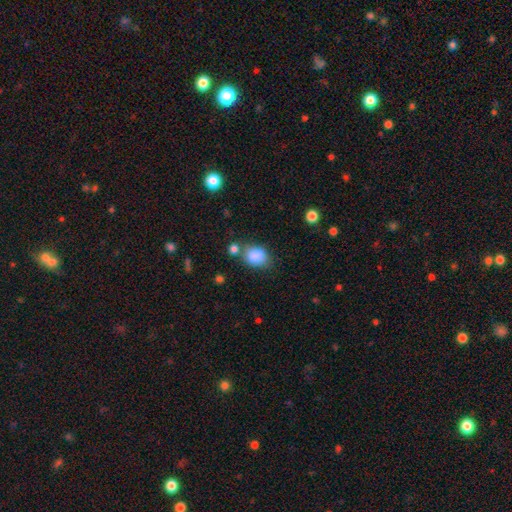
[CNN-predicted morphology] Q: Smooth or featured?
A: smooth (86%); runner-up: star or artifact (9%)
Q: How rounded?
A: in between (66%); runner-up: round (33%)
Q: Merging?
A: none (60%); runner-up: minor disturbance (20%)